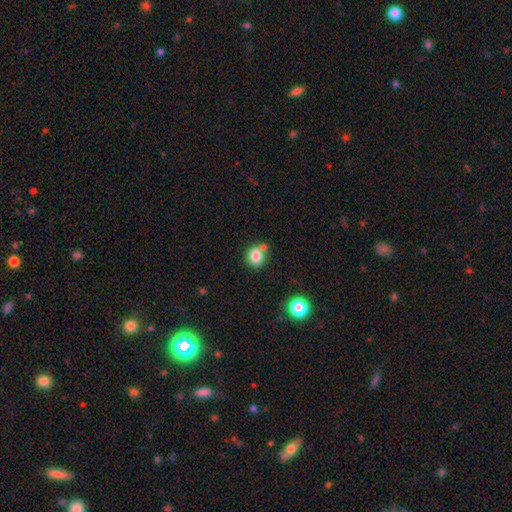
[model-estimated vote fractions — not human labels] Smooth or featured? smooth (82%)
How rounded? round (74%)
Merging? none (63%)